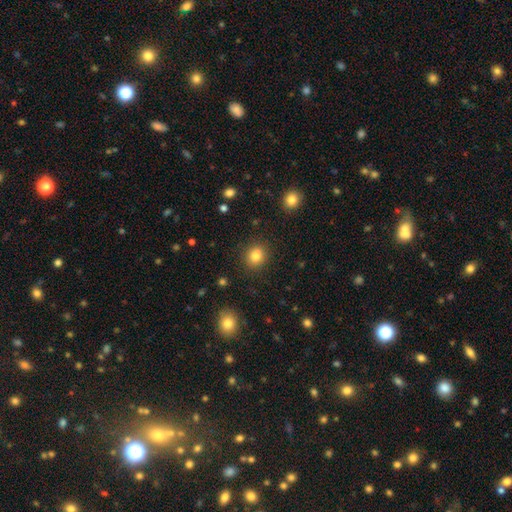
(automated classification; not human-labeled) smooth_or_featured: smooth (p=0.83) [alt: star or artifact p=0.11]
how_rounded: round (p=0.70) [alt: in between p=0.29]
merging: none (p=0.87) [alt: minor disturbance p=0.08]